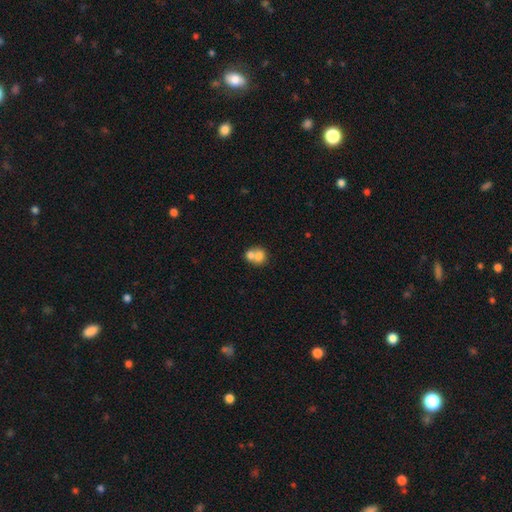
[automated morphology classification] This is likely a smooth galaxy (72%). How rounded: likely round (66%). Merging: likely merger (65%).